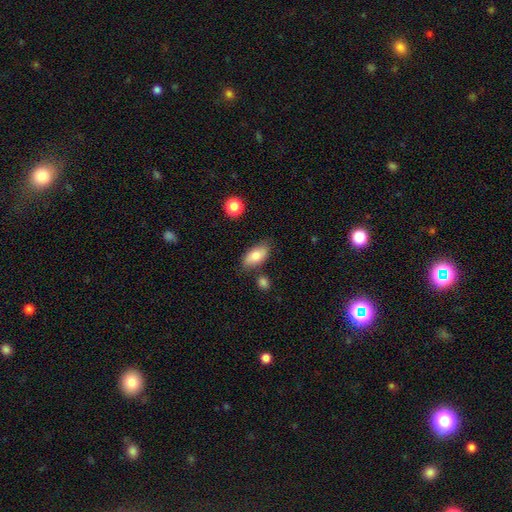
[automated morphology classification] Overall: smooth (78%). How rounded: in between (91%). Merging: none (75%).